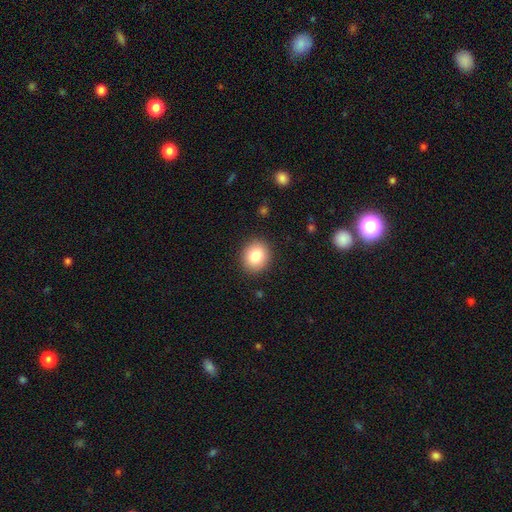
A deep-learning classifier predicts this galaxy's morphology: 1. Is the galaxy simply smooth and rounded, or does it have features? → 83% smooth, 9% star or artifact, 8% featured or disk.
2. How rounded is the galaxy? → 73% round, 27% in between, 1% cigar-shaped.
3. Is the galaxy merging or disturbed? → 90% none, 7% minor disturbance, 2% major disturbance, 1% merger.